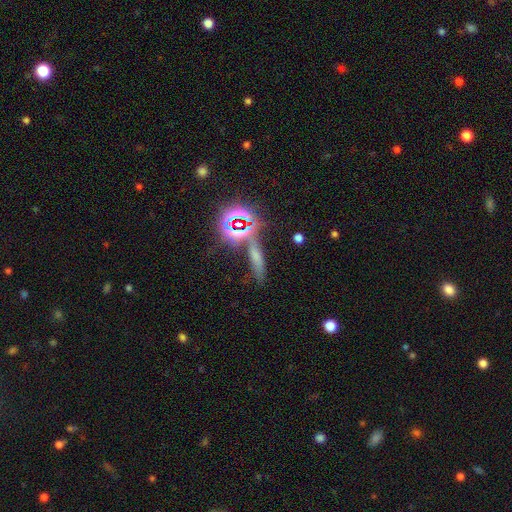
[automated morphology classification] This appears to be a smooth galaxy with no disk features (53%) that is cigar-shaped (67%). Merging: none (70%).